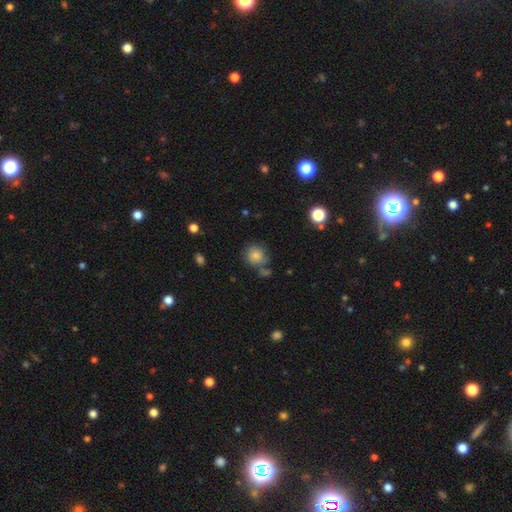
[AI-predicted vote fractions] A smooth galaxy with no disk features (82%) that is round (82%).

Vote fractions:
- Smooth or featured? smooth: 82% / star or artifact: 10% / featured or disk: 8%
- How rounded? round: 82% / in between: 17% / cigar-shaped: 1%
- Merging? none: 65% / minor disturbance: 16% / merger: 14% / major disturbance: 5%